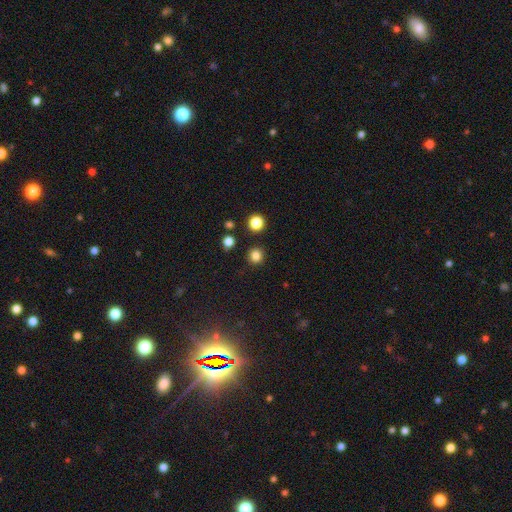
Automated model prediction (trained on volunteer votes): This appears to be a smooth galaxy with no disk features (83%) that is round (93%). Merging: none (90%).